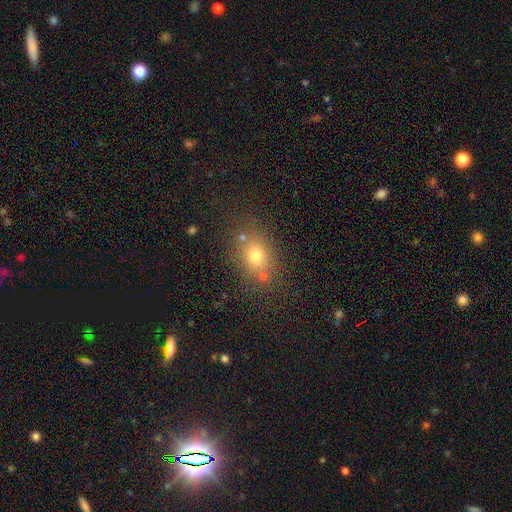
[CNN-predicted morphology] smooth_or_featured: smooth (p=0.72) [alt: star or artifact p=0.16]
how_rounded: in between (p=0.60) [alt: round p=0.39]
merging: none (p=0.72) [alt: minor disturbance p=0.14]